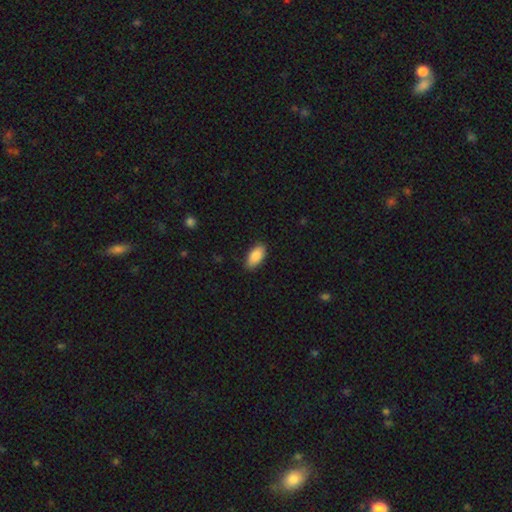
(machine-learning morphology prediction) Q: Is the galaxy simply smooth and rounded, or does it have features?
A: smooth — 89%.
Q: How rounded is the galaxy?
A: in between — 93%.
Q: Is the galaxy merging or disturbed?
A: none — 87%.